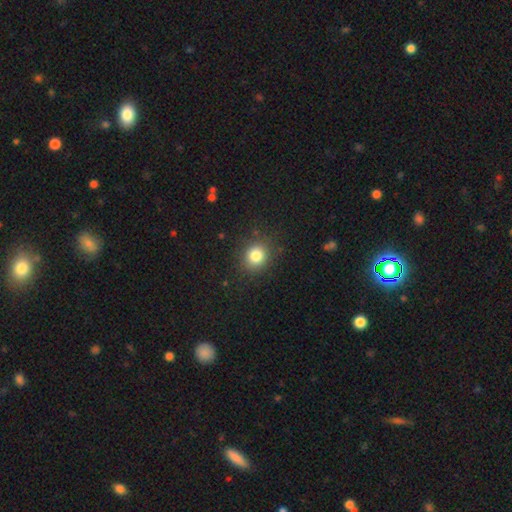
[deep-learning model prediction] Q: Smooth or featured?
A: smooth (82%); runner-up: star or artifact (12%)
Q: How rounded?
A: round (78%); runner-up: in between (22%)
Q: Merging?
A: none (87%); runner-up: minor disturbance (9%)